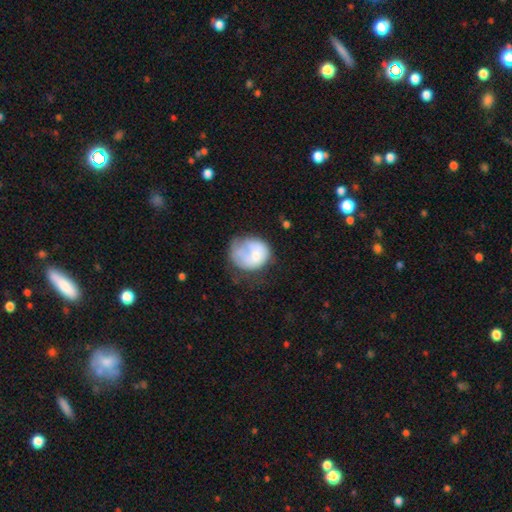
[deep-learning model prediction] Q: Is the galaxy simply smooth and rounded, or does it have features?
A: smooth — 59%.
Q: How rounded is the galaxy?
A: round — 65%.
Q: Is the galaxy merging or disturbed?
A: none — 33%.